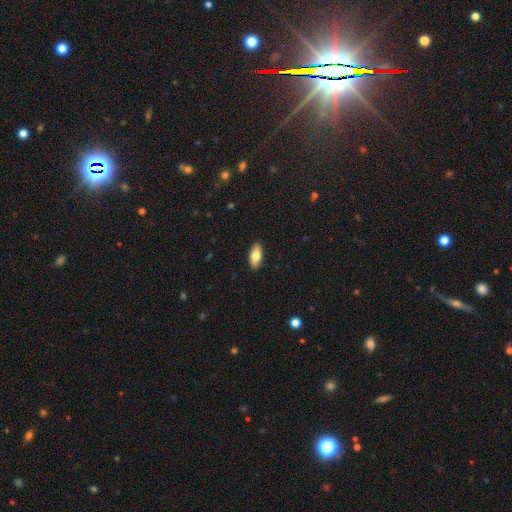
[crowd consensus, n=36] Volunteers were most divided on "smooth or featured": smooth: 75%, featured or disk: 22%, star or artifact: 3%. More confident: merging — none (94%); how rounded — in between (81%).